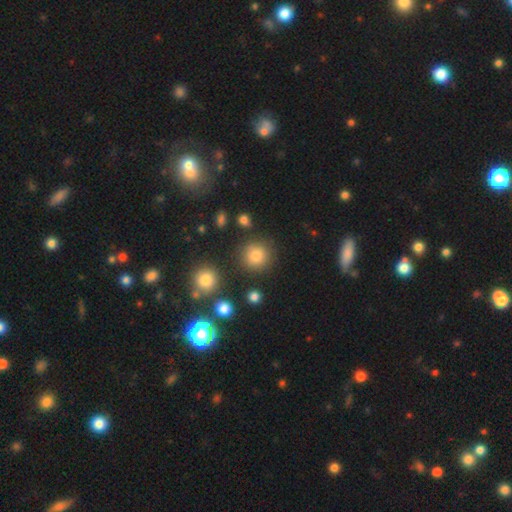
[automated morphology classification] This is likely a smooth galaxy (78%). How rounded: clearly round (91%). Merging: clearly none (83%).